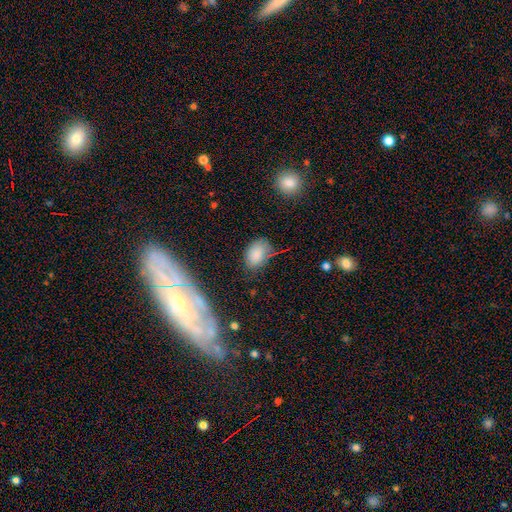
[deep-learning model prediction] Smooth or featured: smooth — 82% (star or artifact — 10%)
How rounded: in between — 87% (round — 12%)
Merging: none — 58% (minor disturbance — 30%)